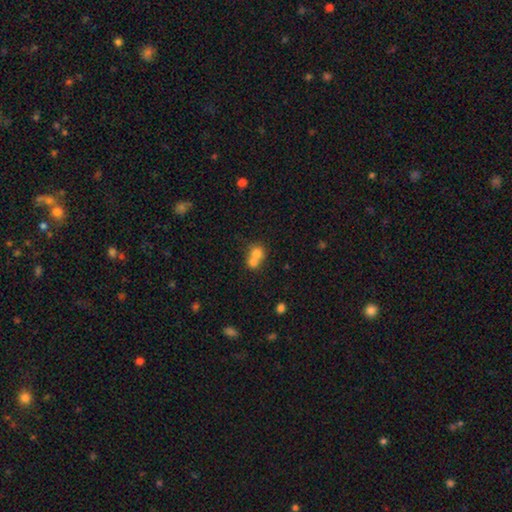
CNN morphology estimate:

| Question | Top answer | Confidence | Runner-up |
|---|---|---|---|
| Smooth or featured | smooth | 72% | featured or disk (17%) |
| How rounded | round | 76% | in between (23%) |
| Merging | merger | 67% | none (25%) |